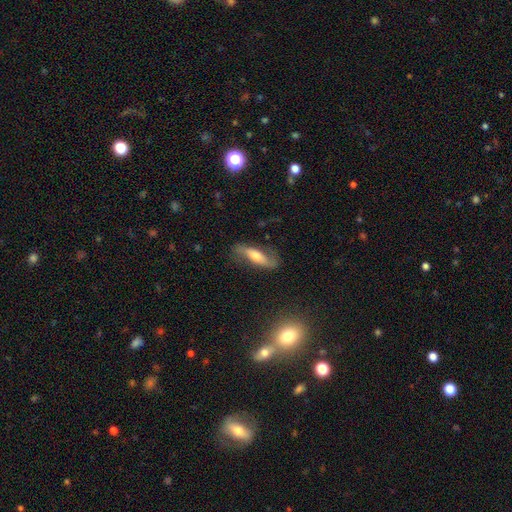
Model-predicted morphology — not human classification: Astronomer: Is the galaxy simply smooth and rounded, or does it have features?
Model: featured or disk — 59% (runner-up: smooth, 34%).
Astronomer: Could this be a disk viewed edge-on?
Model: no — 65%.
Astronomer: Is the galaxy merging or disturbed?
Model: none — 70%.